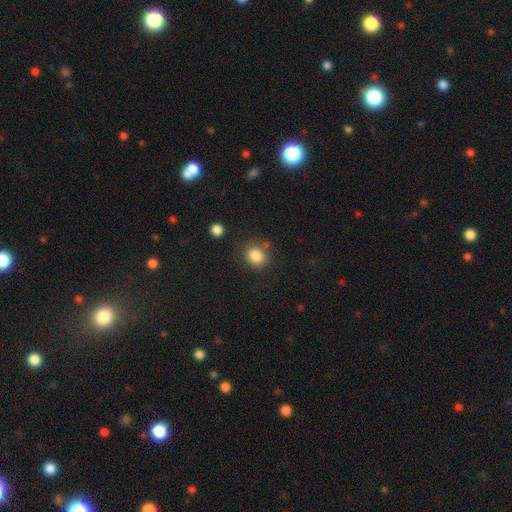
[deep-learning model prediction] smooth 84%, star or artifact 10%, featured or disk 5%. Down the decision tree: how rounded — round (74%); merging — none (76%).